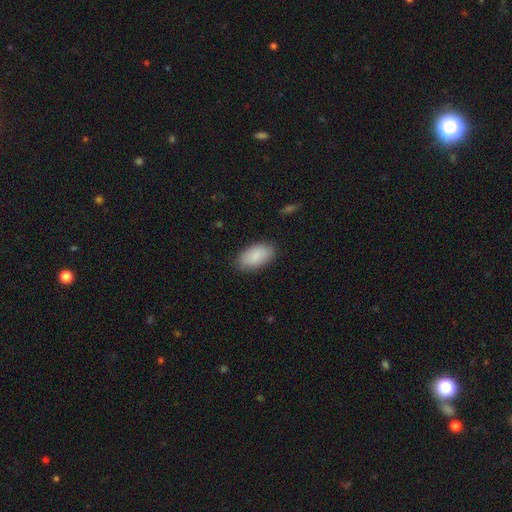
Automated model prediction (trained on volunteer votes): Smooth or featured? smooth (89%)
How rounded? in between (95%)
Merging? none (86%)